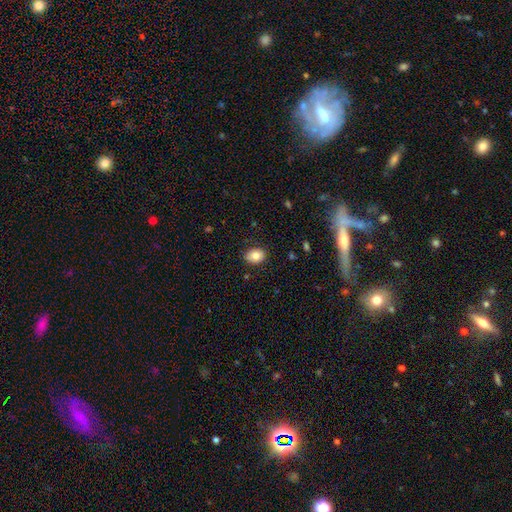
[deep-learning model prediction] Smooth or featured?
  - smooth: 82% *
  - featured or disk: 10%
  - star or artifact: 9%
How rounded?
  - in between: 67% *
  - round: 32%
  - cigar-shaped: 1%
Merging?
  - none: 84% *
  - minor disturbance: 12%
  - major disturbance: 2%
  - merger: 1%